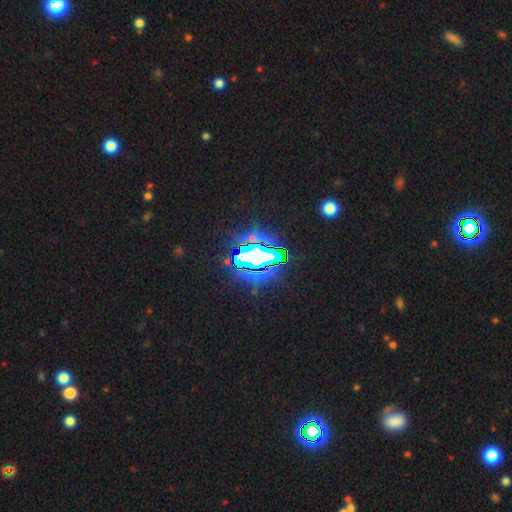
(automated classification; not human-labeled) Smooth or featured? star or artifact (72%)